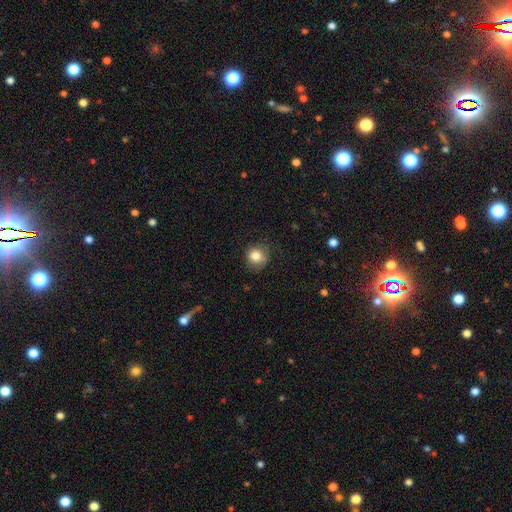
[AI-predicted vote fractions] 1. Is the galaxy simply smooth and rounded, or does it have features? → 83% smooth, 10% star or artifact, 7% featured or disk.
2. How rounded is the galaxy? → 89% round, 10% in between, 1% cigar-shaped.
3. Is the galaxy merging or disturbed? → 81% none, 15% minor disturbance, 4% major disturbance, 1% merger.